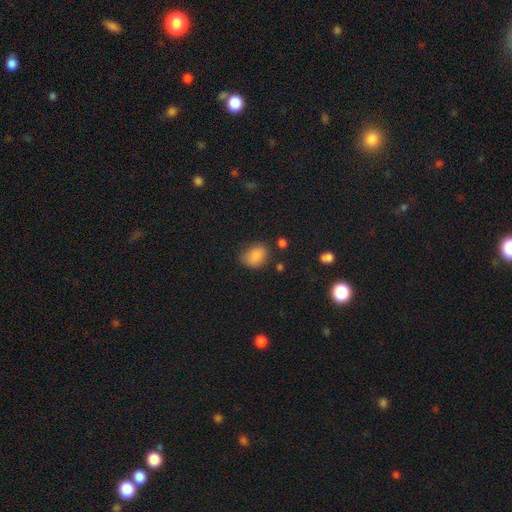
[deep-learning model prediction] Overall: smooth (85%). How rounded: in between (72%). Merging: none (68%).